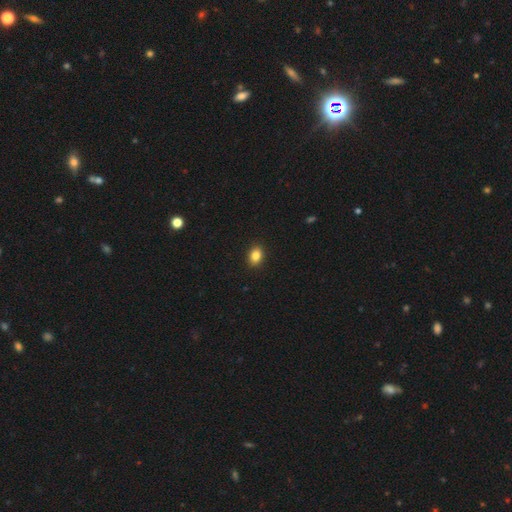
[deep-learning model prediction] Morphology: type=smooth (85%); roundness=in between (68%); merging=none (91%).